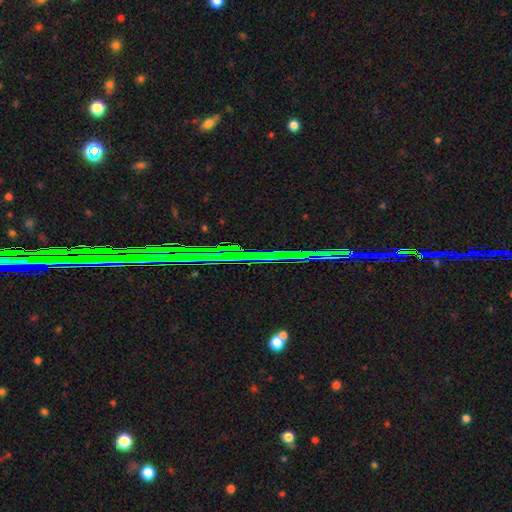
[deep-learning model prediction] The model was most divided on "smooth or featured": star or artifact: 83%, featured or disk: 9%, smooth: 8%.